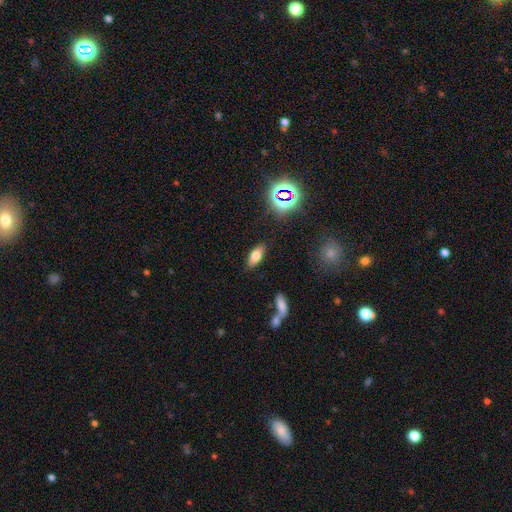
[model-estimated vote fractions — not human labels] The model was most divided on "smooth or featured": smooth: 72%, featured or disk: 15%, star or artifact: 14%. More confident: how rounded — in between (85%); merging — none (84%).